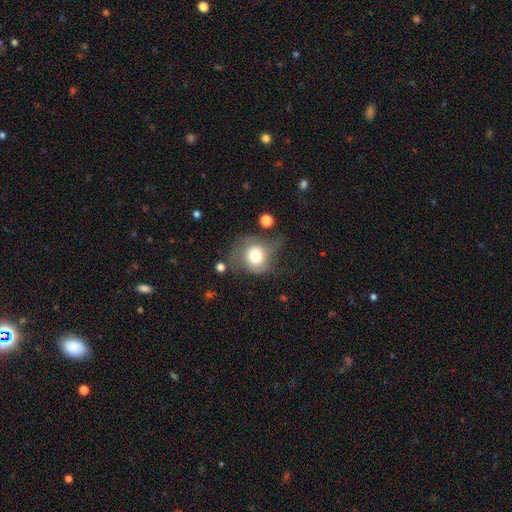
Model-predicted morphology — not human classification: This is likely a smooth galaxy (70%). How rounded: likely round (76%). Merging: marginally none (39%).